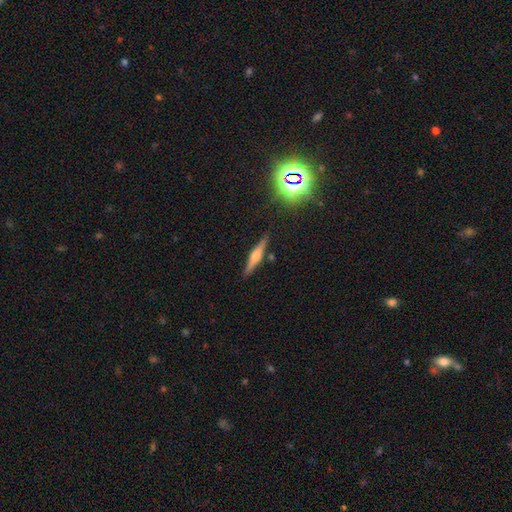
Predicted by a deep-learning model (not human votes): Smooth or featured? featured or disk (65%)
Edge-on disk? yes (97%)
Edge-on bulge? rounded (86%)
Merging? none (88%)